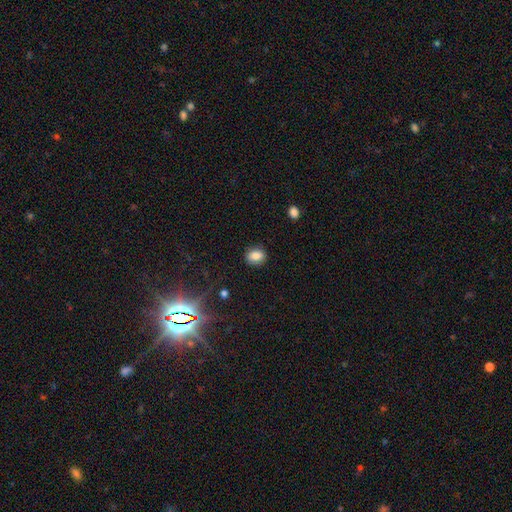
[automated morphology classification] This is clearly a smooth galaxy (84%). How rounded: possibly in between (59%). Merging: clearly none (86%).